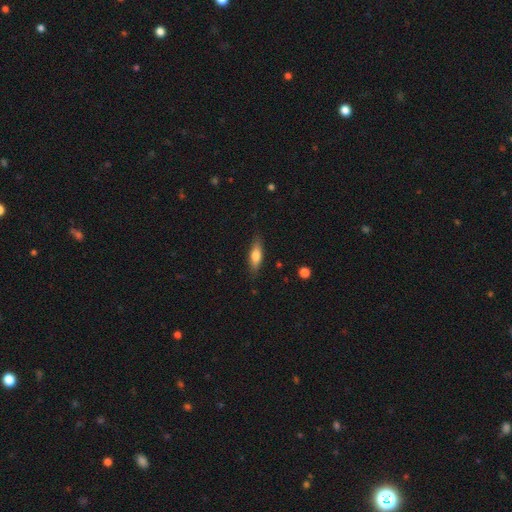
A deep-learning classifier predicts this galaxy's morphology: Q: Smooth or featured?
A: smooth (66%); runner-up: featured or disk (27%)
Q: How rounded?
A: cigar-shaped (49%); tied with: in between (49%)
Q: Merging?
A: none (84%); runner-up: minor disturbance (12%)